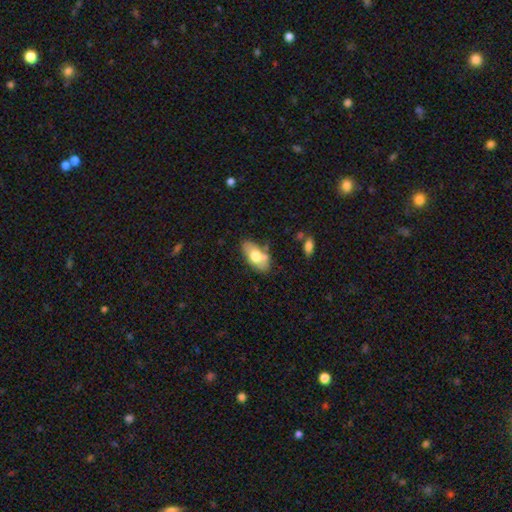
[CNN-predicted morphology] Overall: smooth (66%; featured or disk 27%). How rounded: in between (92%). Merging: none (64%).